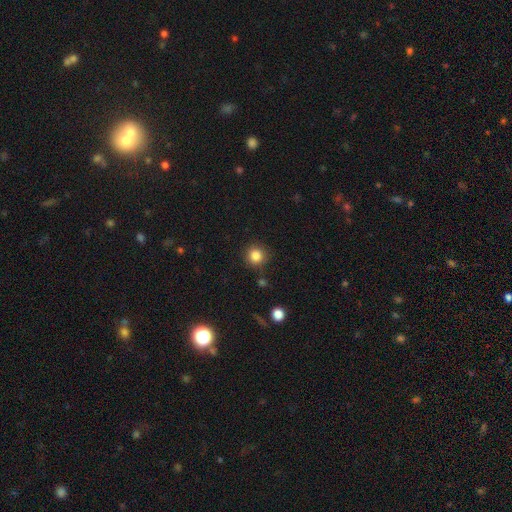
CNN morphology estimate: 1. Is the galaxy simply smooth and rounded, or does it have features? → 85% smooth, 11% star or artifact, 4% featured or disk.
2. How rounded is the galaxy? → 93% round, 6% in between, 1% cigar-shaped.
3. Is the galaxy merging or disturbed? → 87% none, 8% minor disturbance, 2% merger, 2% major disturbance.